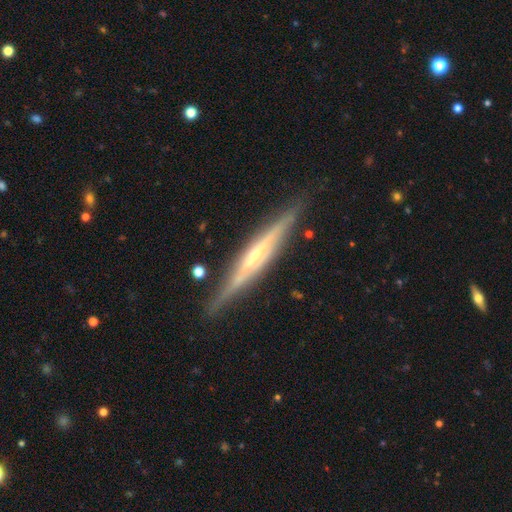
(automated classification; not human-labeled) Overall: featured or disk (80%). Edge-on disk: yes (97%). Edge-on bulge: rounded (49%; none 36%). Merging: none (87%).